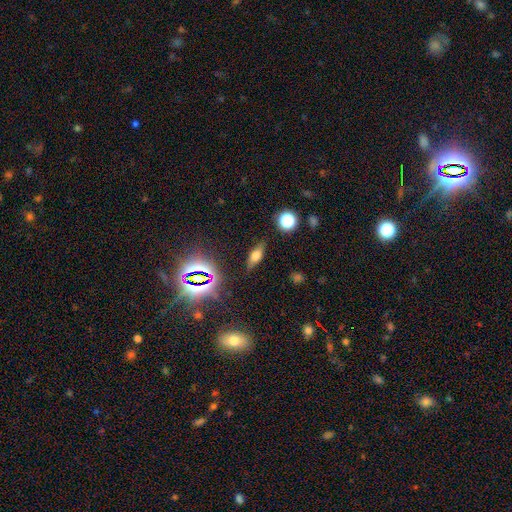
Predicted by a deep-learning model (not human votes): The model was most divided on "smooth or featured": smooth: 51%, featured or disk: 31%, star or artifact: 18%. More confident: merging — none (82%); how rounded — in between (63%).